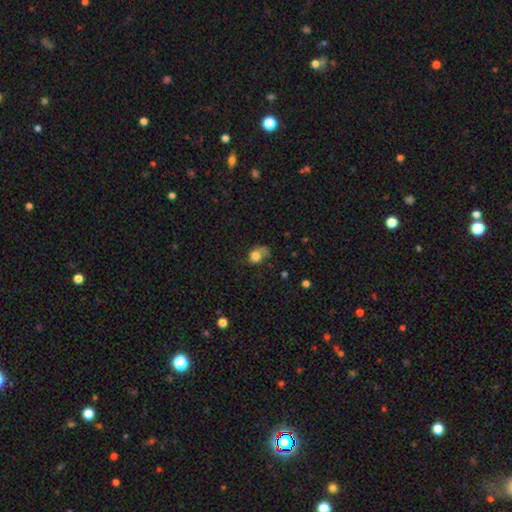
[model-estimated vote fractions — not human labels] Morphology: type=smooth (74%); roundness=in between (55%); merging=major disturbance (35%).